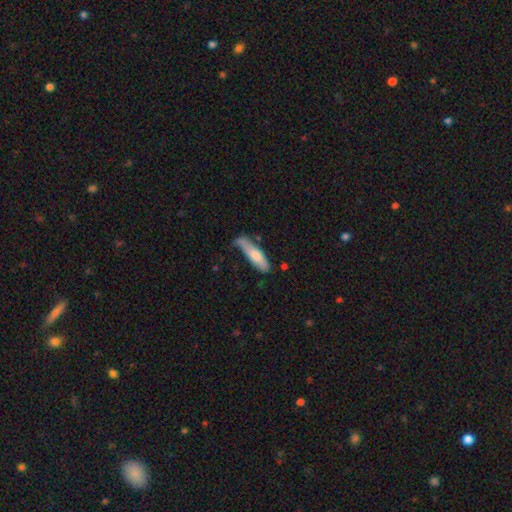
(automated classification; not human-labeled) A smooth galaxy with no disk features (72%) that is cigar-shaped (66%). Merging: none (44%).